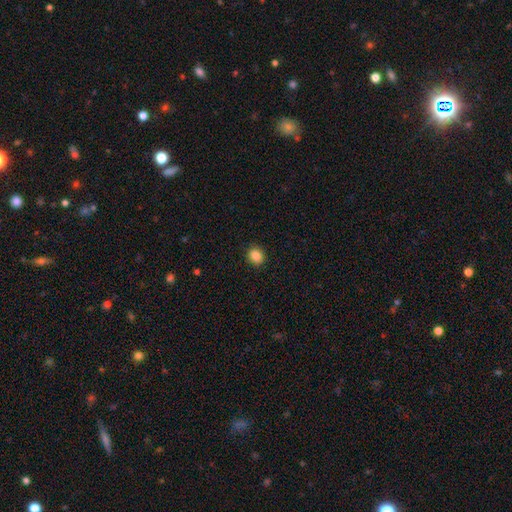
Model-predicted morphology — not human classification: A smooth galaxy with no disk features (87%) that is round (58%).

Vote fractions:
- Smooth or featured? smooth: 87% / star or artifact: 10% / featured or disk: 4%
- How rounded? round: 58% / in between: 41% / cigar-shaped: 1%
- Merging? none: 91% / minor disturbance: 7% / major disturbance: 2% / merger: 1%